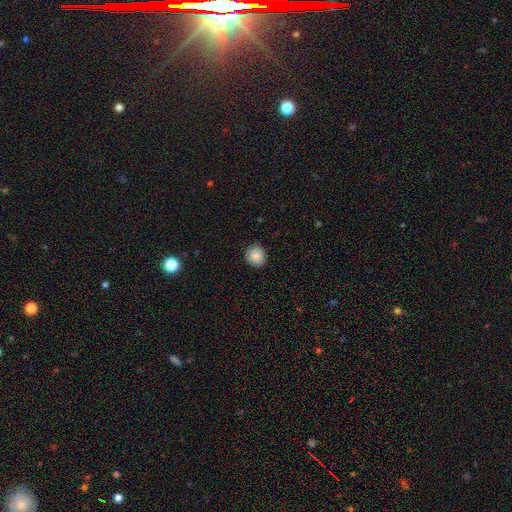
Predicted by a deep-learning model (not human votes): A smooth galaxy with no disk features (86%) that is round (89%). Merging: none (91%).